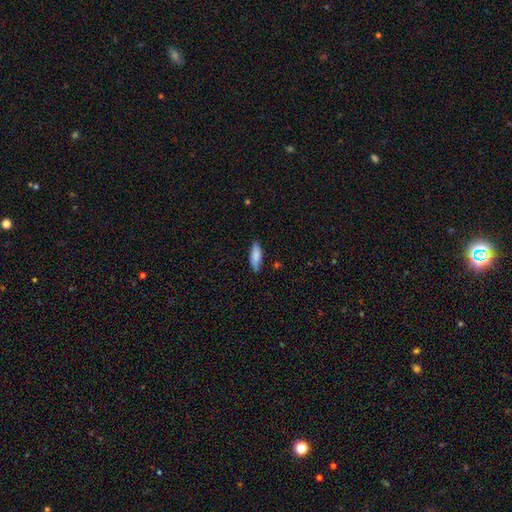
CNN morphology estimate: Overall: smooth (85%). How rounded: in between (64%; cigar-shaped 35%). Merging: none (82%).